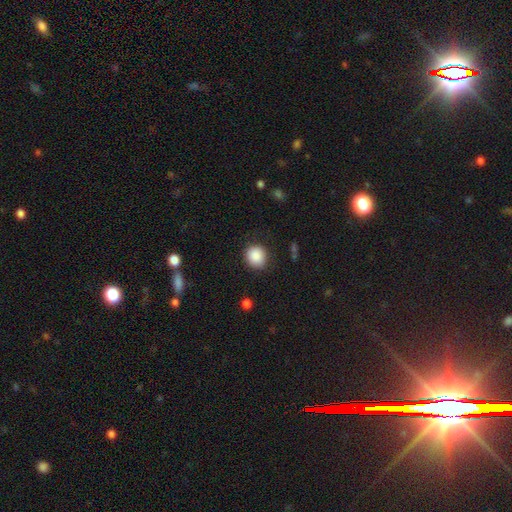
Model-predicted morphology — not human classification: A smooth galaxy with no disk features (88%) that is round (83%).

Vote fractions:
- Smooth or featured? smooth: 88% / star or artifact: 8% / featured or disk: 3%
- How rounded? round: 83% / in between: 16% / cigar-shaped: 1%
- Merging? none: 86% / minor disturbance: 10% / major disturbance: 3% / merger: 1%